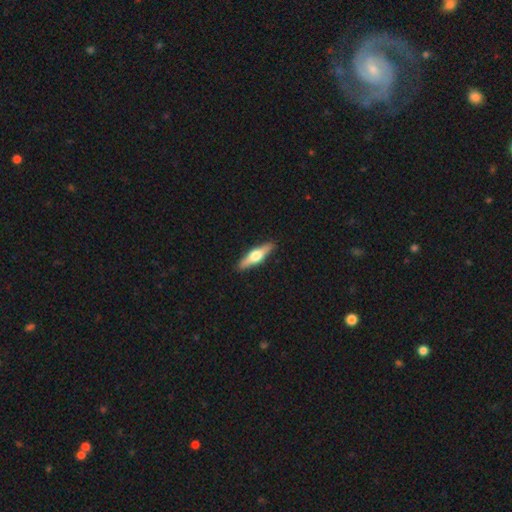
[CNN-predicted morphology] Q: Smooth or featured?
A: featured or disk (60%); runner-up: smooth (35%)
Q: Edge-on disk?
A: yes (96%); runner-up: no (4%)
Q: Edge-on bulge?
A: rounded (95%); runner-up: boxy (4%)
Q: Merging?
A: none (91%); runner-up: minor disturbance (7%)